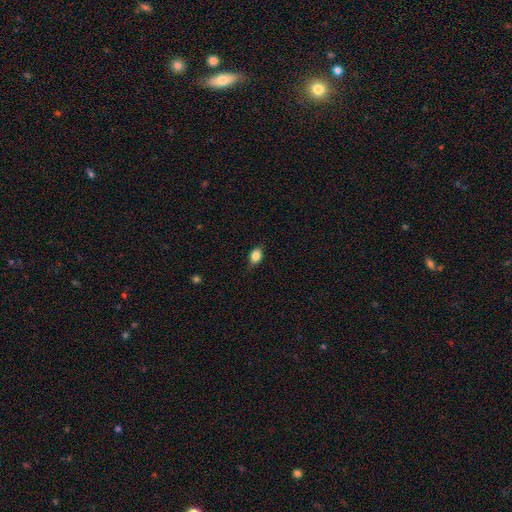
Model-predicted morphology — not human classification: Q: Smooth or featured?
A: smooth (81%); runner-up: featured or disk (10%)
Q: How rounded?
A: in between (72%); runner-up: round (25%)
Q: Merging?
A: none (74%); runner-up: minor disturbance (21%)